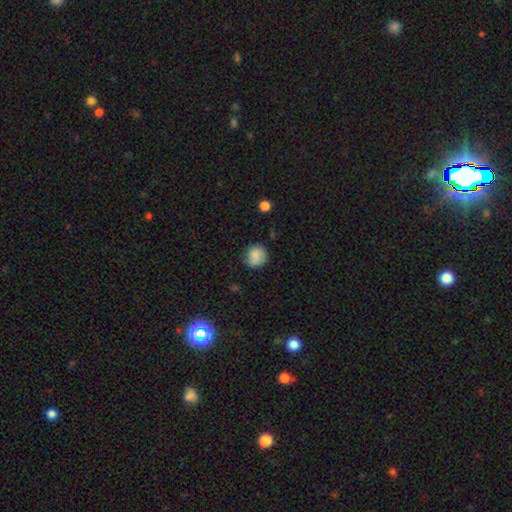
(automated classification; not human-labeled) This is clearly a smooth galaxy (81%). How rounded: clearly round (84%). Merging: likely none (73%).